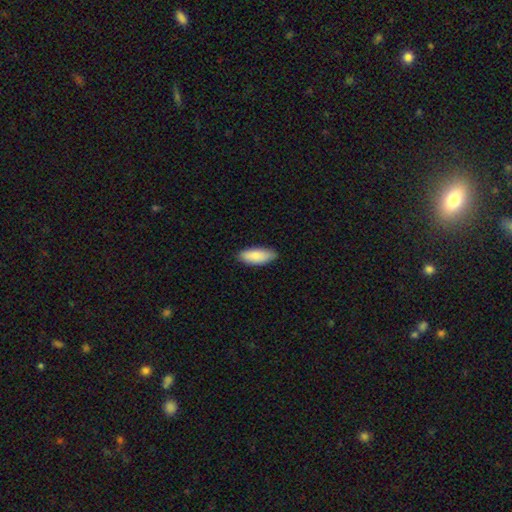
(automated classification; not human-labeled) Overall: smooth (87%). How rounded: in between (80%). Merging: none (86%).